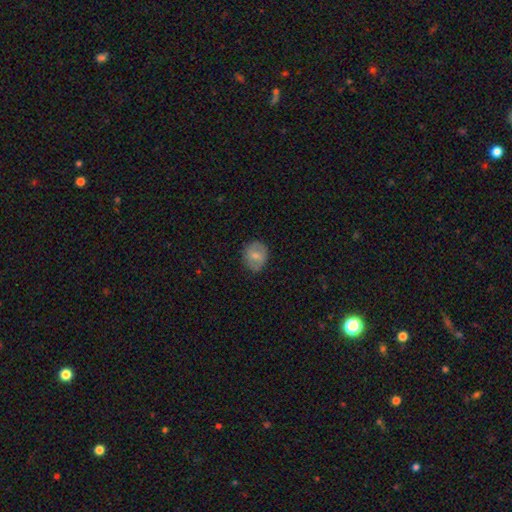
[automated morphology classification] This is likely a smooth galaxy (64%). How rounded: likely round (62%). Merging: clearly none (80%).